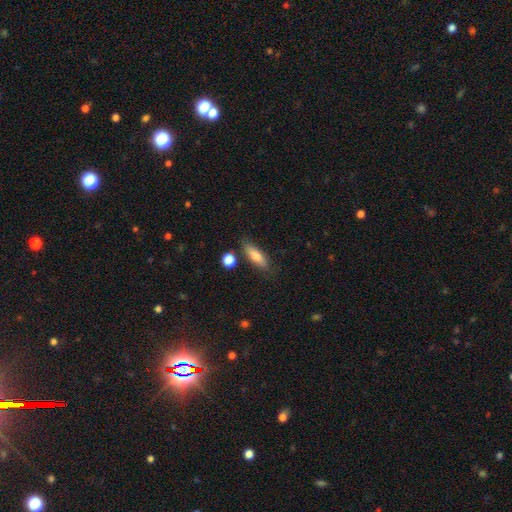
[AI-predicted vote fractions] smooth_or_featured: smooth (p=0.75) [alt: featured or disk p=0.18]
how_rounded: cigar-shaped (p=0.54) [alt: in between p=0.43]
merging: none (p=0.79) [alt: minor disturbance p=0.13]